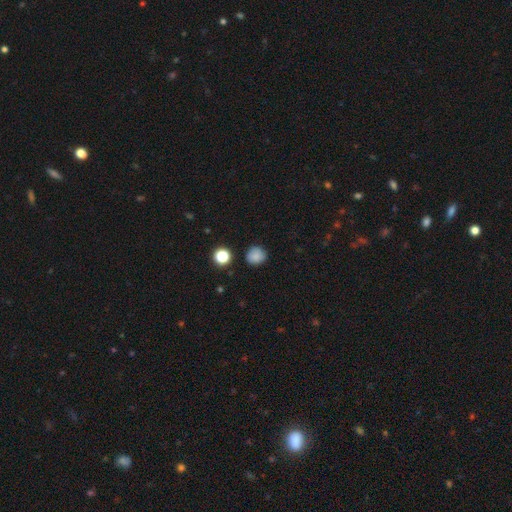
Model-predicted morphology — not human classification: This is clearly a smooth galaxy (83%). How rounded: clearly round (85%). Merging: clearly none (84%).